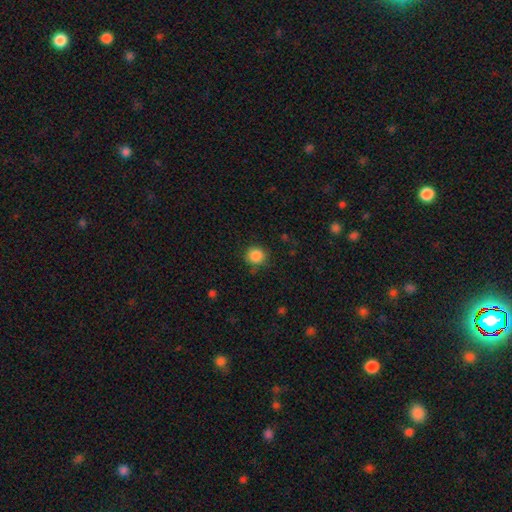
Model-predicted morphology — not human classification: This is clearly a smooth galaxy (87%). How rounded: clearly round (92%). Merging: clearly none (84%).